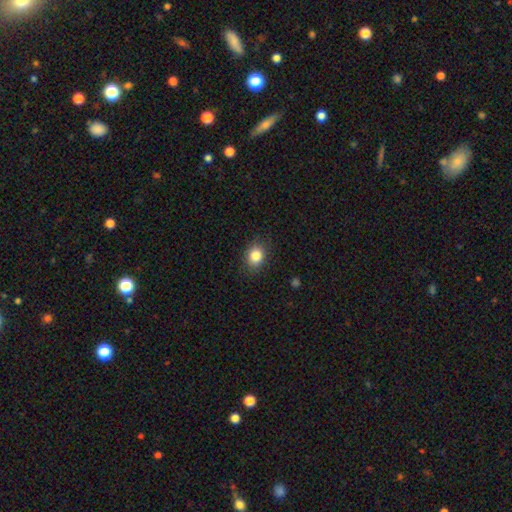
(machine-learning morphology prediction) This appears to be a smooth galaxy with no disk features (84%) that is round (50%). Merging: none (85%).